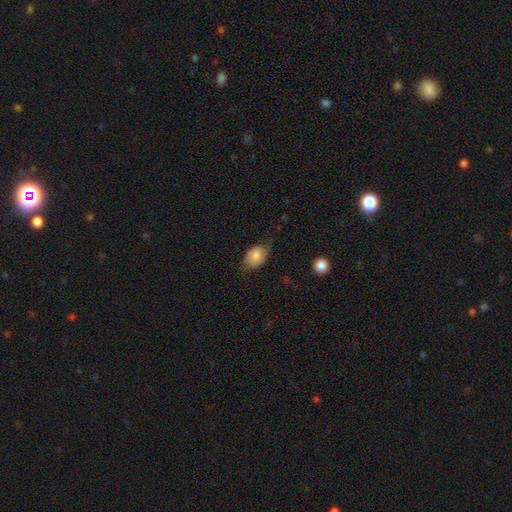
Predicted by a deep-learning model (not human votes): smooth 76%, featured or disk 16%, star or artifact 8%. Down the decision tree: how rounded — in between (82%); merging — none (62%).